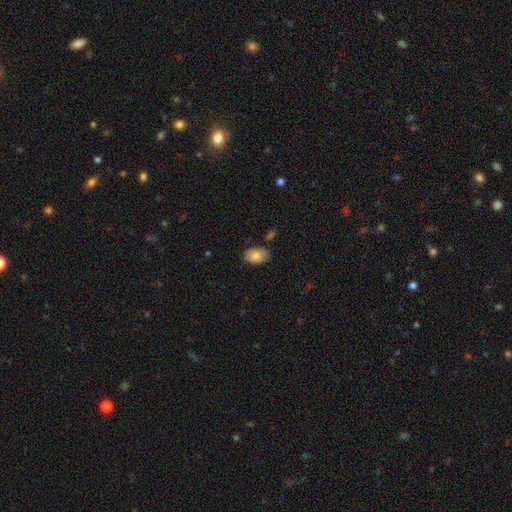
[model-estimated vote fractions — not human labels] Smooth or featured? Predicted: smooth (p=0.81). How rounded? Predicted: in between (p=0.88). Merging? Predicted: none (p=0.80).